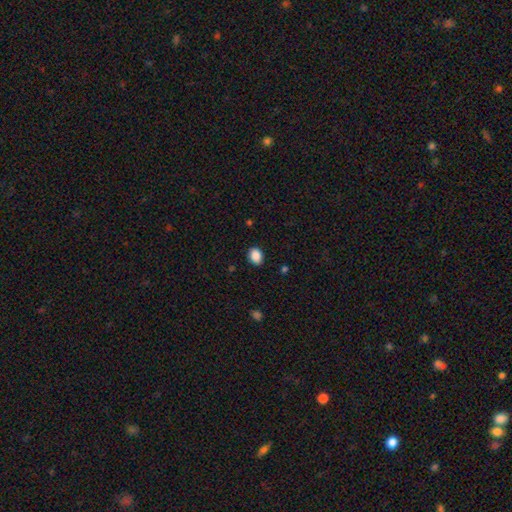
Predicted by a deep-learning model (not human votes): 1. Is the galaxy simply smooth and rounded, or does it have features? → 89% smooth, 9% star or artifact, 3% featured or disk.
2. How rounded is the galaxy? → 57% in between, 43% round, 1% cigar-shaped.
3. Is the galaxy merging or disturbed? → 89% none, 8% minor disturbance, 2% major disturbance, 1% merger.